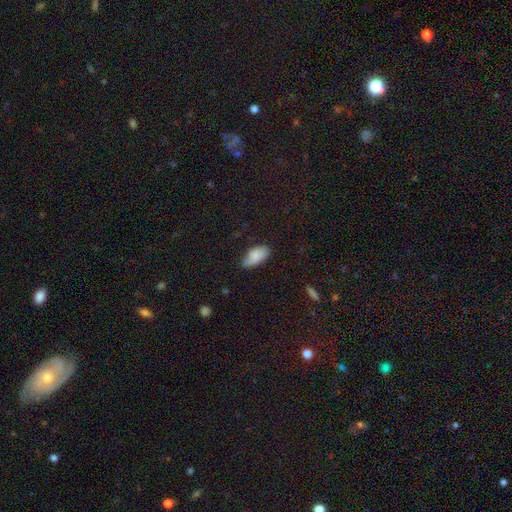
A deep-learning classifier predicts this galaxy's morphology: Overall: smooth (82%). How rounded: in between (93%). Merging: none (61%; minor disturbance 31%).